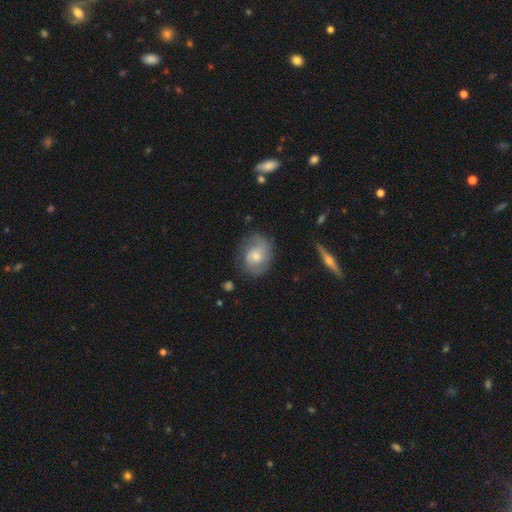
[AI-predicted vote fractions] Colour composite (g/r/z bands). It shows a smooth galaxy with no disk features (50%) that is round (58%). Merging: none (65%).